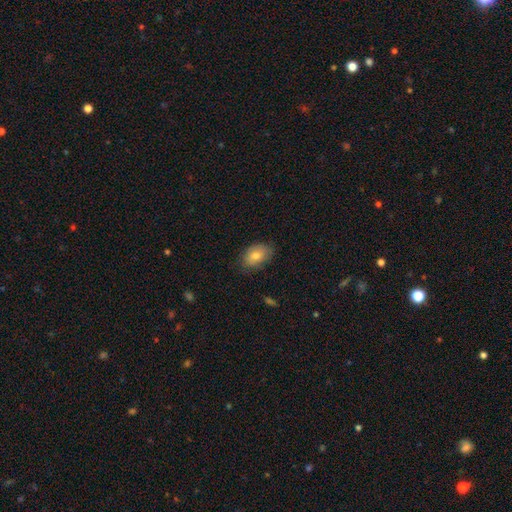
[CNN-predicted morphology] A smooth galaxy with no disk features (76%) that is in between round and cigar-shaped (86%).

Vote fractions:
- Smooth or featured? smooth: 76% / featured or disk: 16% / star or artifact: 8%
- How rounded? in between: 86% / round: 13% / cigar-shaped: 1%
- Merging? none: 75% / minor disturbance: 20% / major disturbance: 4% / merger: 1%